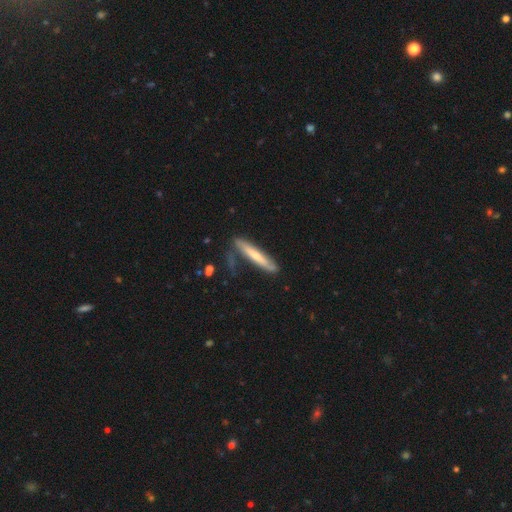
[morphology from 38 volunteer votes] Smooth or featured?
  - smooth: 53% *
  - featured or disk: 39%
  - star or artifact: 8%
How rounded?
  - cigar-shaped: 95% *
  - in between: 5%
  - round: 0%
Merging?
  - none: 83% *
  - minor disturbance: 17%
  - major disturbance: 0%
  - merger: 0%